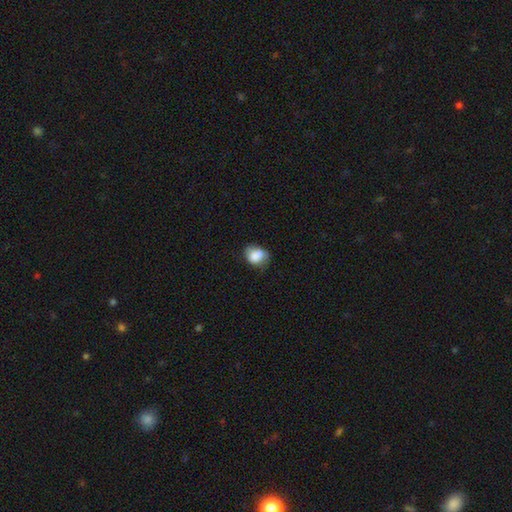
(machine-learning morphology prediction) Smooth or featured? Predicted: smooth (p=0.81). How rounded? Predicted: in between (p=0.51). Merging? Predicted: none (p=0.57).